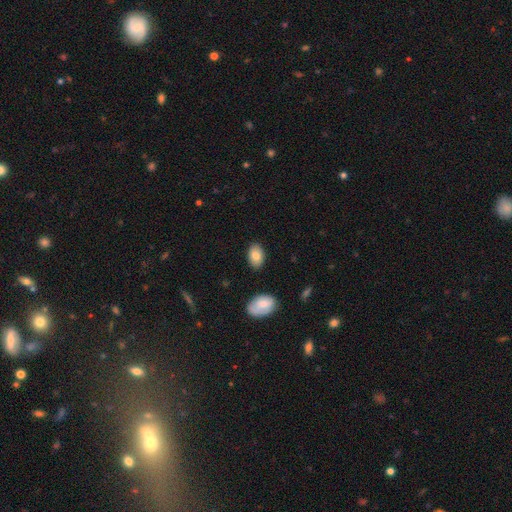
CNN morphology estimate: The model was most divided on "smooth or featured": smooth: 80%, featured or disk: 13%, star or artifact: 7%. More confident: how rounded — in between (89%); merging — none (85%).